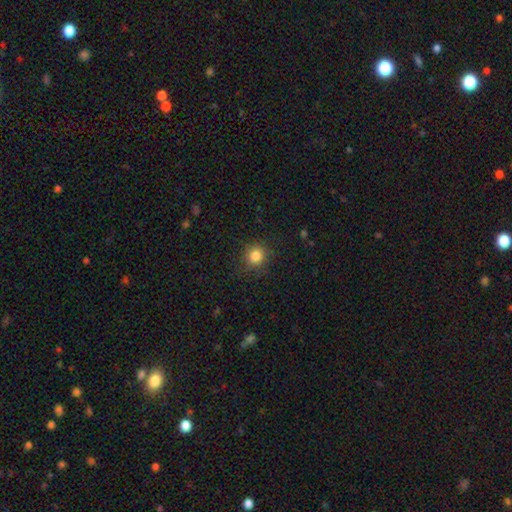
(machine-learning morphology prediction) A smooth galaxy with no disk features (84%) that is round (90%).

Vote fractions:
- Smooth or featured? smooth: 84% / star or artifact: 12% / featured or disk: 5%
- How rounded? round: 90% / in between: 9% / cigar-shaped: 1%
- Merging? none: 87% / minor disturbance: 9% / major disturbance: 3% / merger: 1%